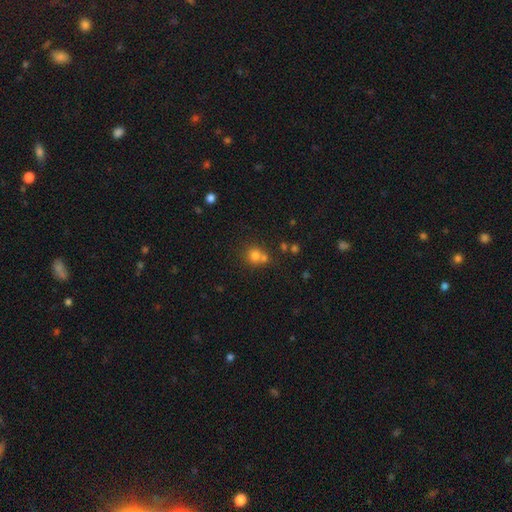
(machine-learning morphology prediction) Smooth or featured?
  - smooth: 74% *
  - star or artifact: 15%
  - featured or disk: 11%
How rounded?
  - round: 86% *
  - in between: 14%
  - cigar-shaped: 1%
Merging?
  - none: 48% *
  - merger: 41%
  - minor disturbance: 8%
  - major disturbance: 3%